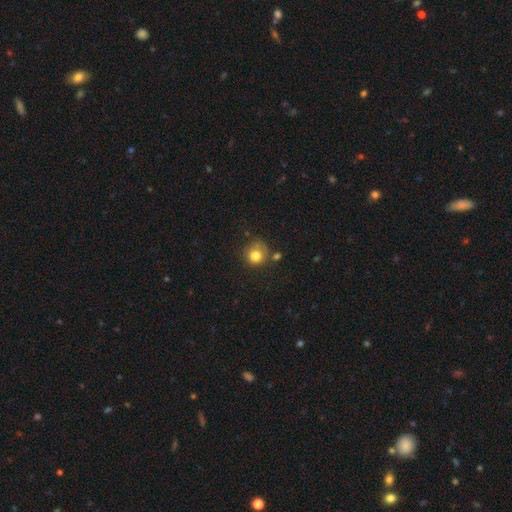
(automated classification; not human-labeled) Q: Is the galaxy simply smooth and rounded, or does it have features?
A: smooth — 80%.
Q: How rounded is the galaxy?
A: round — 87%.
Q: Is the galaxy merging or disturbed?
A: none — 58%.